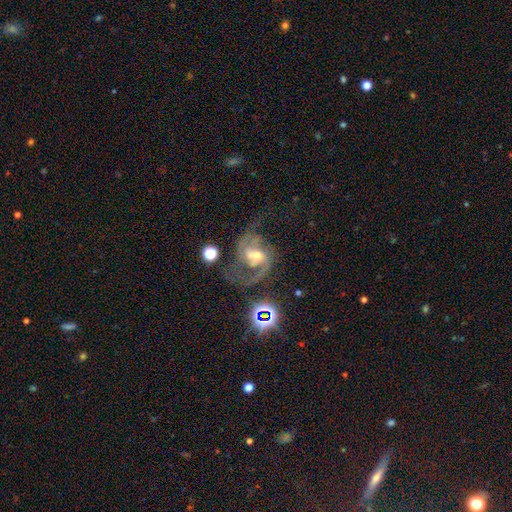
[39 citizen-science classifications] Overall: featured or disk (95%). Edge-on disk: no (100%). Bar: no (57%; weak 32%). Spiral arms: yes (100%). Spiral arm count: 2 (89%). Spiral winding: loose (54%; medium 41%). Bulge size: moderate (68%). Merging: none (47%; merger 24%).